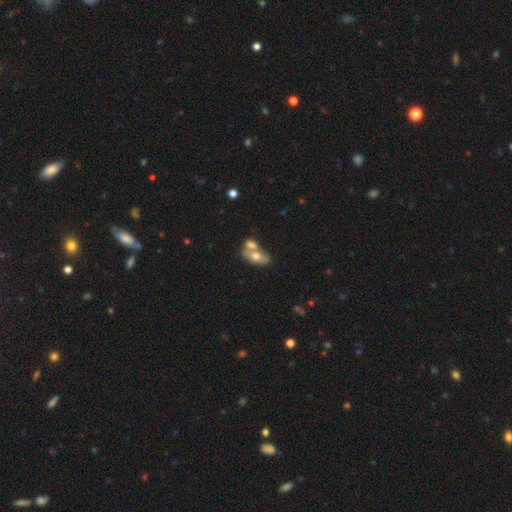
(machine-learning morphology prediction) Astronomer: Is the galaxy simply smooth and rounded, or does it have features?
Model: smooth — 63%.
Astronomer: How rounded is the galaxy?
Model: in between — 84%.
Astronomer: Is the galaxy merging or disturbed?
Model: merger — 60%.